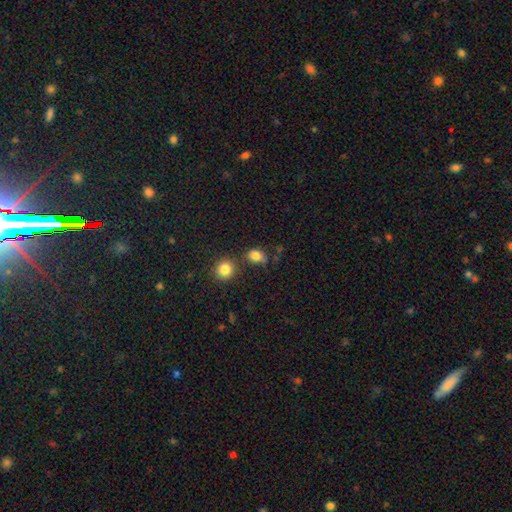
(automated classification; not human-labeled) Q: Smooth or featured?
A: smooth (83%); runner-up: star or artifact (11%)
Q: How rounded?
A: in between (62%); runner-up: round (36%)
Q: Merging?
A: none (59%); runner-up: minor disturbance (21%)